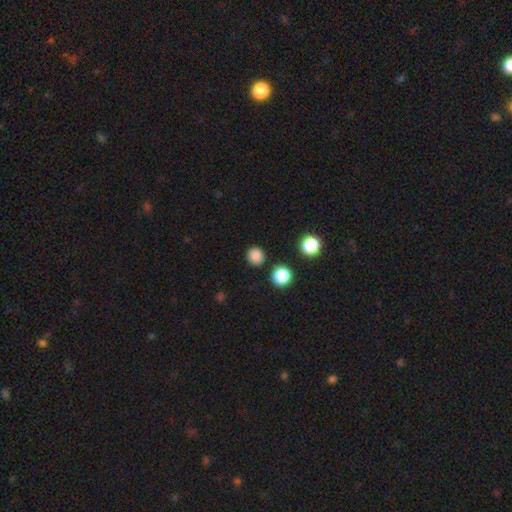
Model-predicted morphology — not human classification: smooth 83%, star or artifact 13%, featured or disk 4%. Down the decision tree: how rounded — round (87%); merging — none (85%).